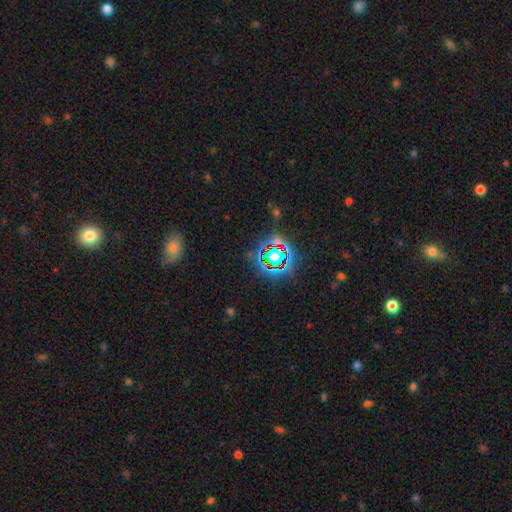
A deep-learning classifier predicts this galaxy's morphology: Overall: star or artifact (77%).